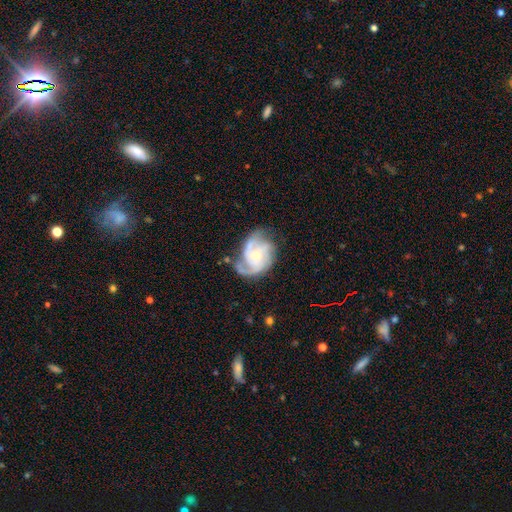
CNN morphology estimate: Smooth or featured? featured or disk (86%)
Edge-on disk? no (98%)
Bar? no (70%)
Spiral arms? yes (96%)
Spiral winding? medium (45%)
Spiral arm count? 3 (37%)
Bulge size? small (58%)
Merging? none (56%)